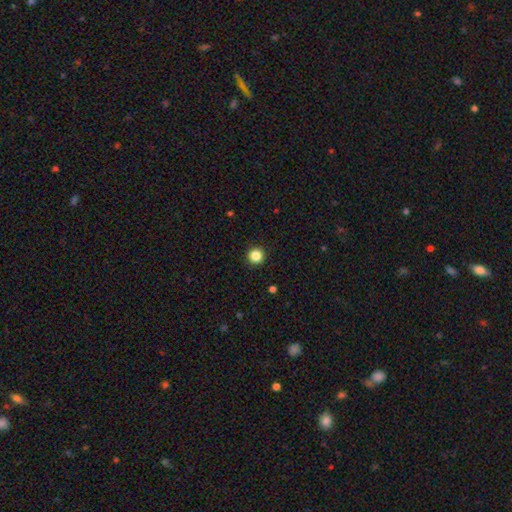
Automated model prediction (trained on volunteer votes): Smooth or featured? smooth (85%)
How rounded? round (96%)
Merging? none (93%)